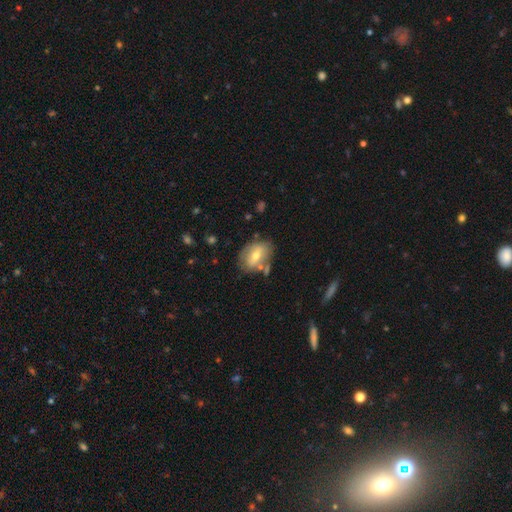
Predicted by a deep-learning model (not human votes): Overall: smooth (56%; featured or disk 36%). How rounded: in between (76%). Merging: none (65%).